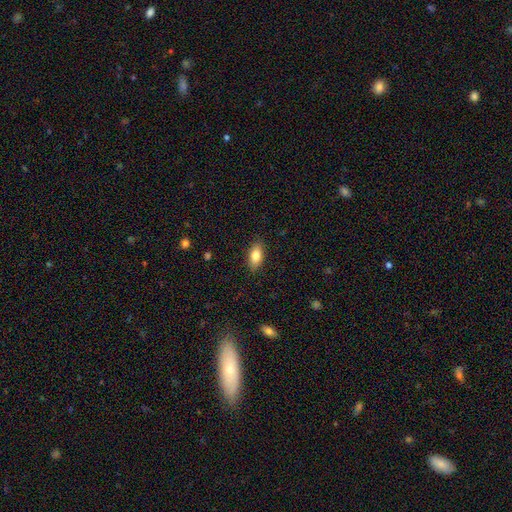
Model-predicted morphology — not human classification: smooth_or_featured: smooth (p=0.81) [alt: featured or disk p=0.11]
how_rounded: in between (p=0.89) [alt: cigar-shaped p=0.07]
merging: none (p=0.87) [alt: minor disturbance p=0.09]